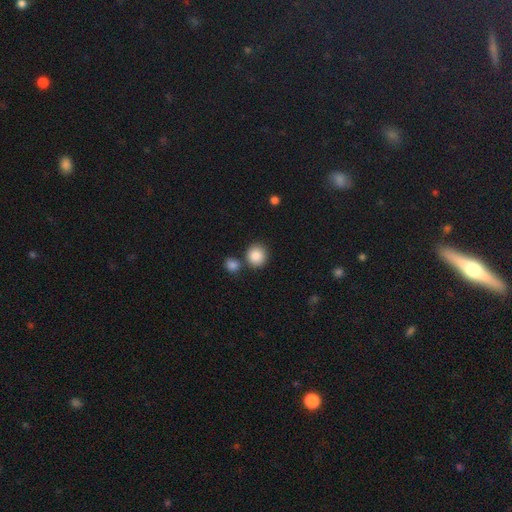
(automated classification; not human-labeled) Smooth or featured?
  - smooth: 87% *
  - star or artifact: 8%
  - featured or disk: 5%
How rounded?
  - round: 88% *
  - in between: 11%
  - cigar-shaped: 1%
Merging?
  - none: 74% *
  - merger: 14%
  - minor disturbance: 9%
  - major disturbance: 3%